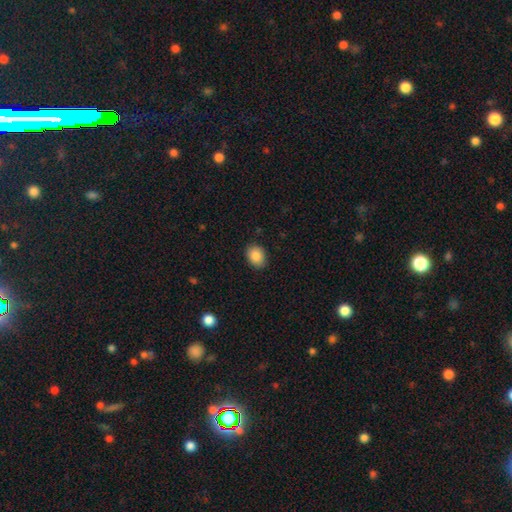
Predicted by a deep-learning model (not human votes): Smooth or featured?
  - smooth: 87% *
  - star or artifact: 8%
  - featured or disk: 4%
How rounded?
  - in between: 60% *
  - round: 39%
  - cigar-shaped: 1%
Merging?
  - none: 88% *
  - minor disturbance: 9%
  - major disturbance: 2%
  - merger: 1%